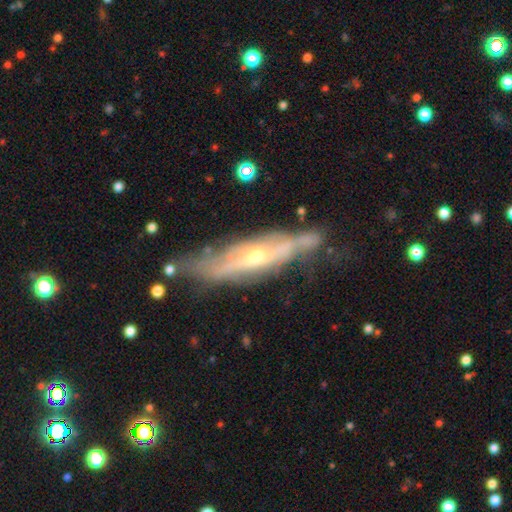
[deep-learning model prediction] Smooth or featured? featured or disk (78%)
Edge-on disk? yes (52%)
Merging? none (62%)